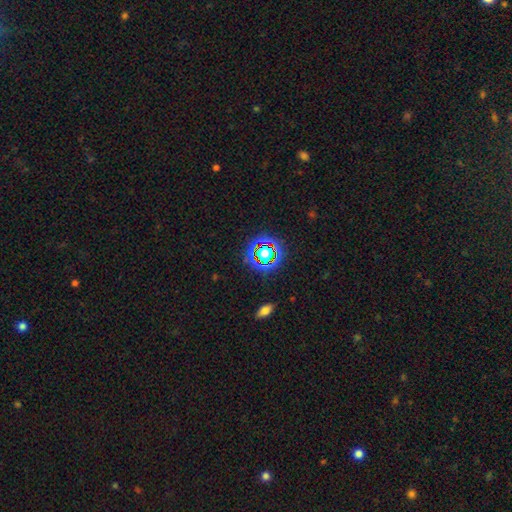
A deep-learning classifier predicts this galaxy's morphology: star or artifact 73%, smooth 16%, featured or disk 11%.